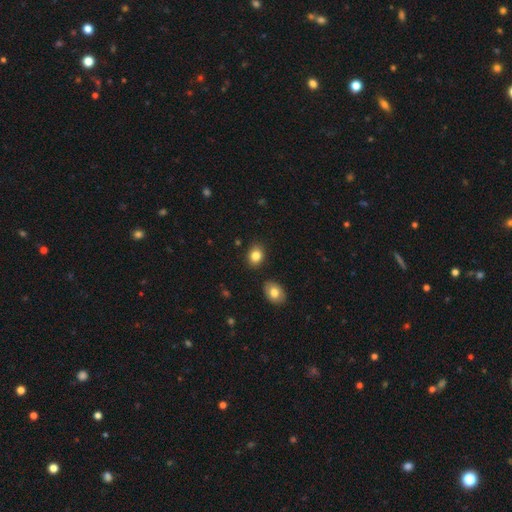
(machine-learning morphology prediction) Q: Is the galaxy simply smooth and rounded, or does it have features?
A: smooth — 83%.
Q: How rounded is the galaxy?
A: in between — 56%.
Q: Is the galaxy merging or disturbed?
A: none — 84%.